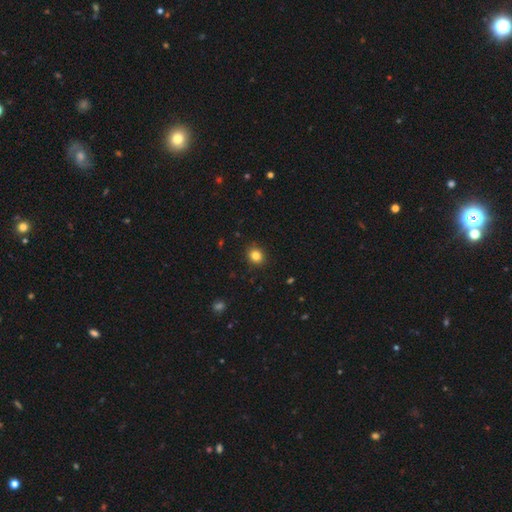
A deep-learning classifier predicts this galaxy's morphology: This is clearly a smooth galaxy (83%). How rounded: likely round (72%). Merging: clearly none (90%).